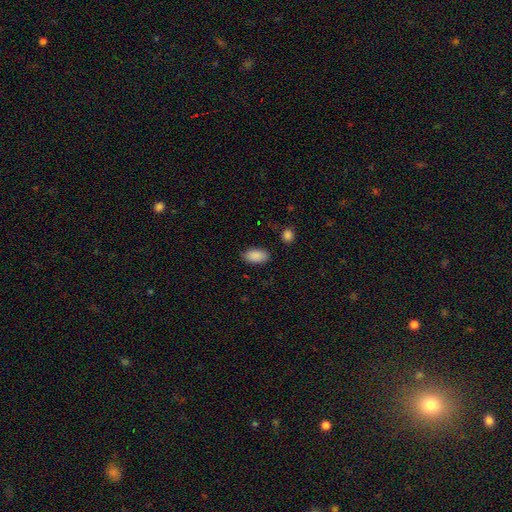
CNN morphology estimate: Overall: smooth (89%). How rounded: in between (94%). Merging: none (85%).